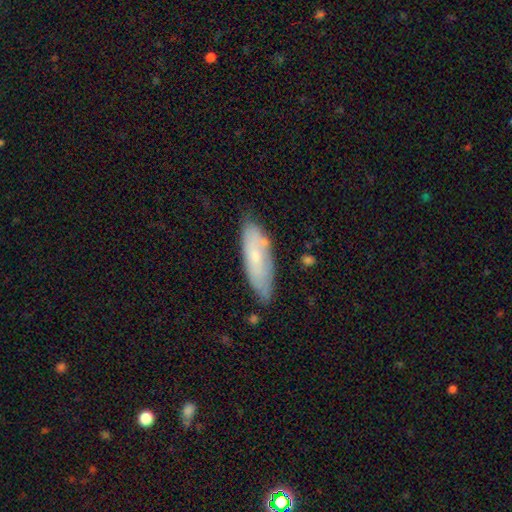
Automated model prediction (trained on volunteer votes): Morphology: type=smooth (56%); roundness=in between (55%); merging=none (70%).